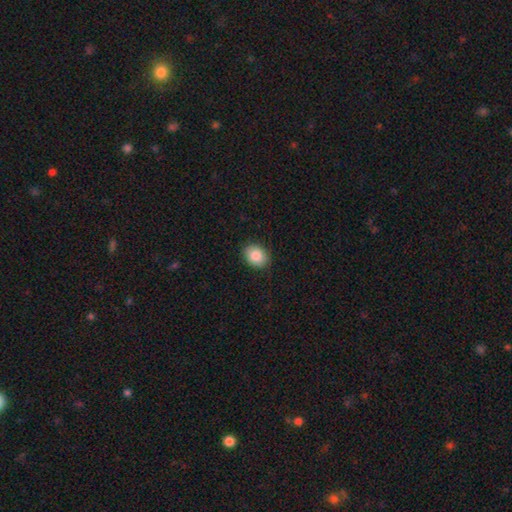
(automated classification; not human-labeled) Smooth or featured: smooth — 85% (star or artifact — 8%)
How rounded: round — 50% (in between — 49%)
Merging: none — 88% (minor disturbance — 9%)